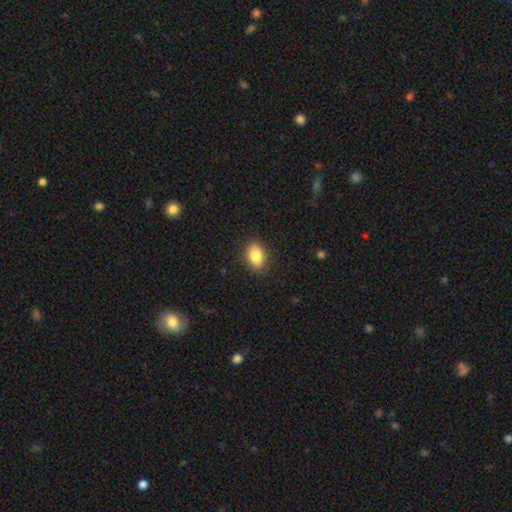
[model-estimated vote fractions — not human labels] This is clearly a smooth galaxy (85%). How rounded: clearly in between (80%). Merging: clearly none (87%).